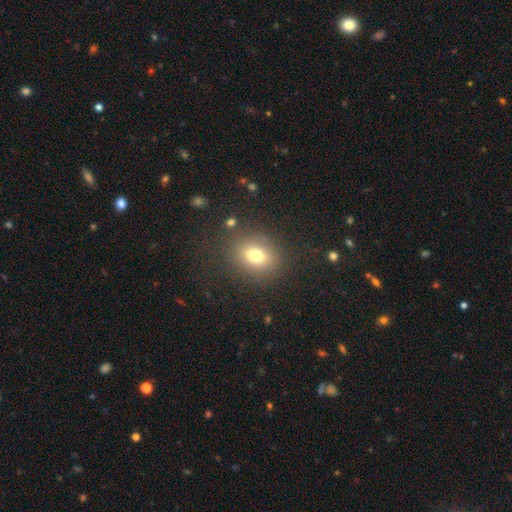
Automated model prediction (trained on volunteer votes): Smooth or featured? Predicted: smooth (p=0.74). How rounded? Predicted: in between (p=0.51). Merging? Predicted: none (p=0.83).